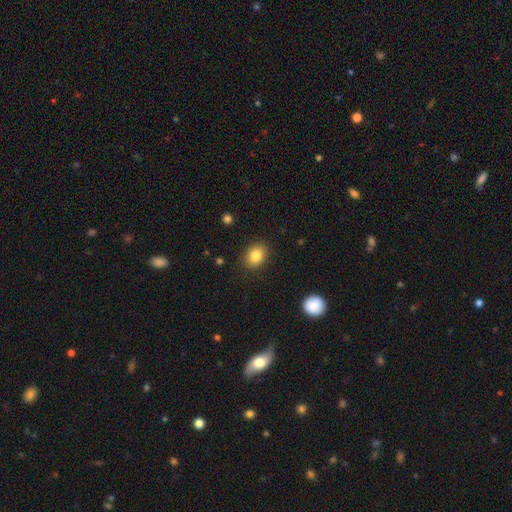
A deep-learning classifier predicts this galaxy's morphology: This appears to be a smooth galaxy with no disk features (85%) that is in between round and cigar-shaped (52%). Merging: none (87%).